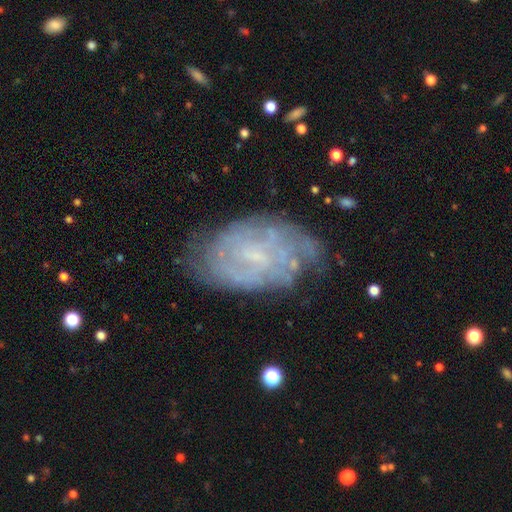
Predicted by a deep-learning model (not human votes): featured or disk 68%, smooth 22%, star or artifact 9%. Down the decision tree: edge-on disk — no (96%); bar — no (52%); spiral arms — yes (72%); bulge size — small (53%); merging — none (65%).